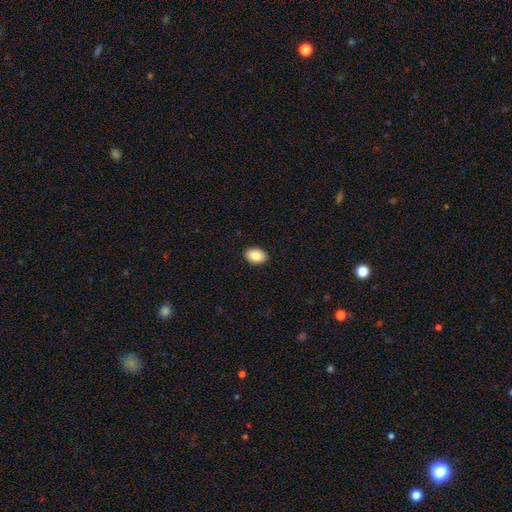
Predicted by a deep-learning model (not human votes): Overall: smooth (89%). How rounded: in between (87%). Merging: none (91%).